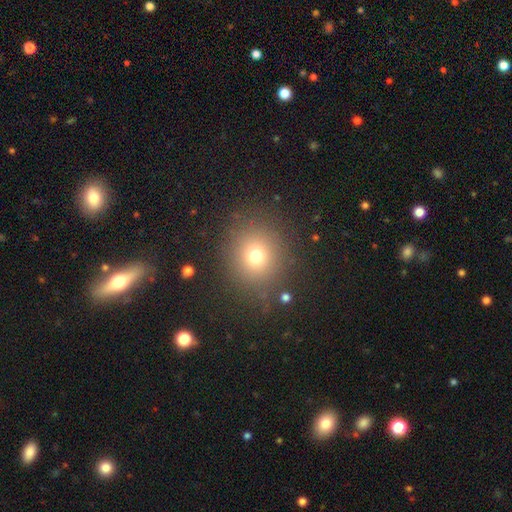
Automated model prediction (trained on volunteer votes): smooth 72%, star or artifact 18%, featured or disk 10%. Down the decision tree: how rounded — round (85%); merging — none (86%).